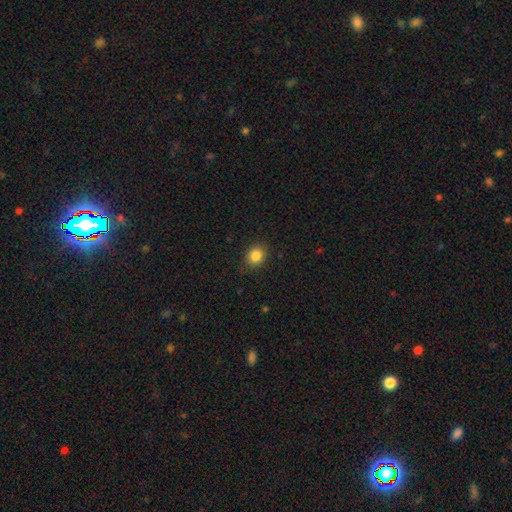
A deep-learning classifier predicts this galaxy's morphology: Smooth or featured: smooth — 85% (star or artifact — 10%)
How rounded: round — 70% (in between — 29%)
Merging: none — 87% (minor disturbance — 9%)